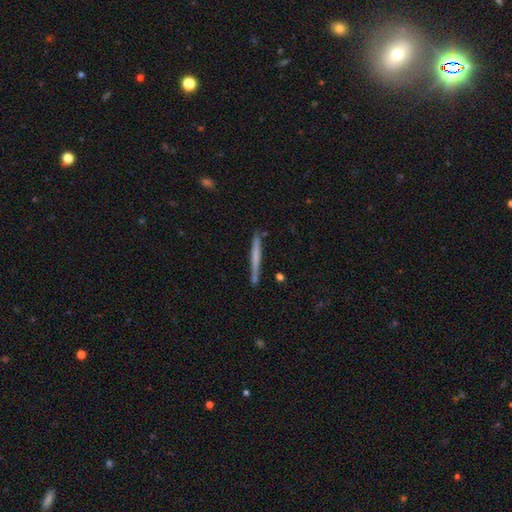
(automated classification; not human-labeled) smooth-or-featured: smooth: 57% | featured or disk: 38% | star or artifact: 6%
  how-rounded: cigar-shaped: 97% | in between: 2% | round: 1%
  merging: none: 82% | minor disturbance: 12% | merger: 4% | major disturbance: 2%